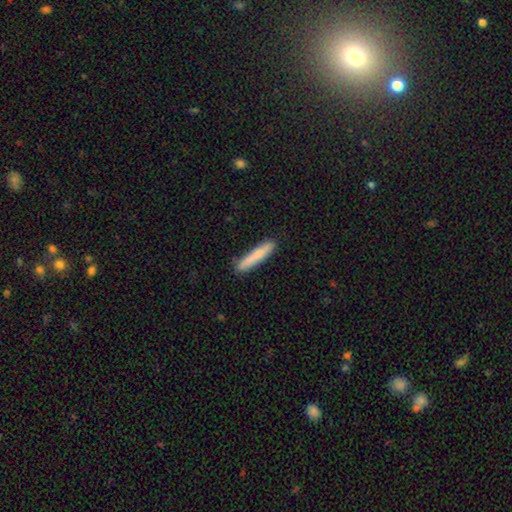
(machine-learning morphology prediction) This is likely a smooth galaxy (79%). How rounded: clearly cigar-shaped (93%). Merging: clearly none (87%).